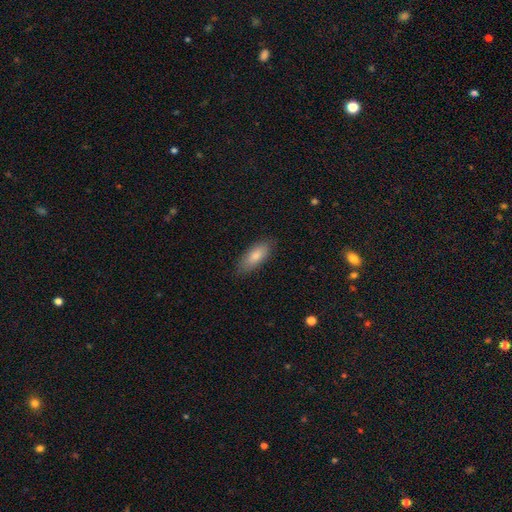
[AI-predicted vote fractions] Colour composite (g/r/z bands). It shows a smooth galaxy with no disk features (83%) that is in between round and cigar-shaped (74%). Merging: none (84%).